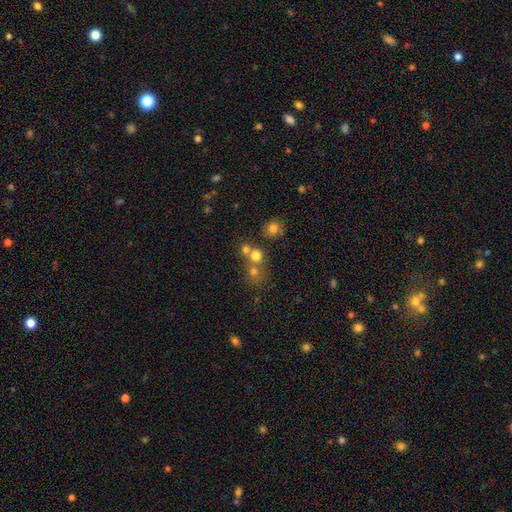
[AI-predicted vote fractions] Smooth or featured?
  - smooth: 71% *
  - star or artifact: 18%
  - featured or disk: 12%
How rounded?
  - round: 85% *
  - in between: 14%
  - cigar-shaped: 1%
Merging?
  - none: 51% *
  - merger: 38%
  - minor disturbance: 7%
  - major disturbance: 4%